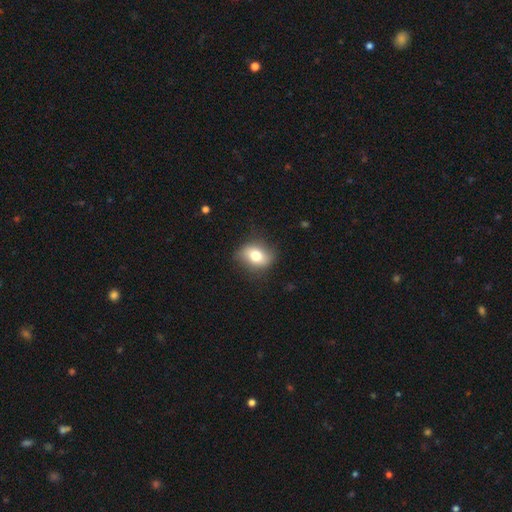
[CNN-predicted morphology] Q: Smooth or featured?
A: smooth (71%); runner-up: featured or disk (21%)
Q: How rounded?
A: in between (63%); runner-up: round (35%)
Q: Merging?
A: none (79%); runner-up: minor disturbance (16%)